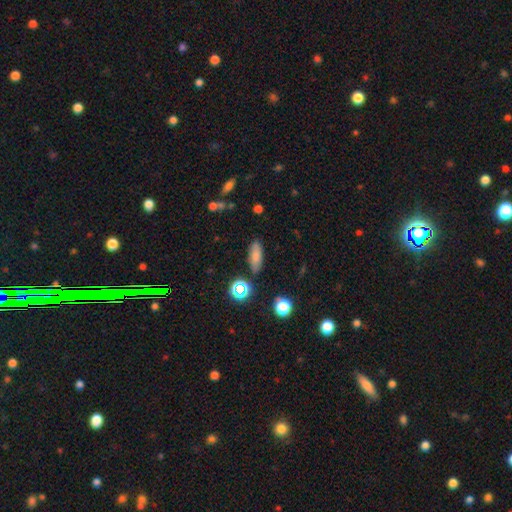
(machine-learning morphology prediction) Smooth or featured? Predicted: smooth (p=0.78). How rounded? Predicted: in between (p=0.70). Merging? Predicted: none (p=0.82).